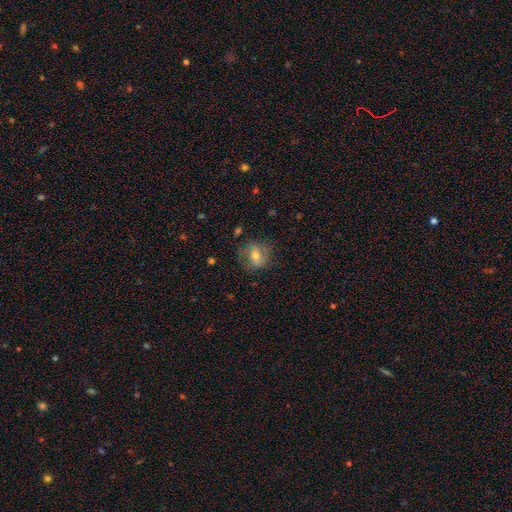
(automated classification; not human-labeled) This is possibly a smooth galaxy (49%). Merging: likely none (73%).